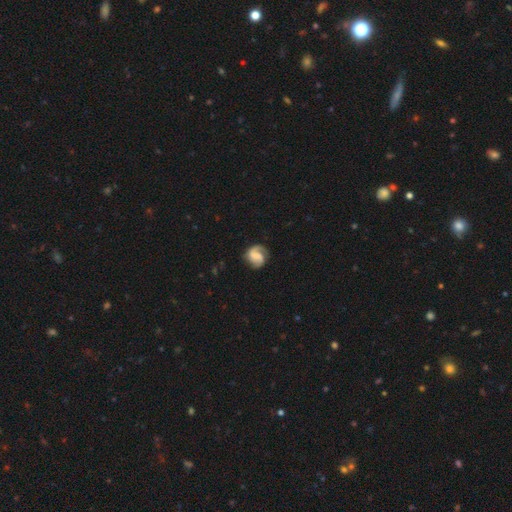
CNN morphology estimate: A featured or disk galaxy (73%) with a weak bar (44%), 2 (75%) medium (45%) spiral arms (95%) and no central bulge (46%).

Vote fractions:
- Smooth or featured? featured or disk: 73% / smooth: 21% / star or artifact: 6%
- Edge-on disk? no: 98% / yes: 2%
- Bar? weak: 44% / no: 38% / strong: 18%
- Spiral arms? yes: 95% / no: 5%
- Spiral winding? medium: 45% / loose: 30% / tight: 25%
- Spiral arm count? 2: 75% / 1: 17% / can't tell: 4% / 3: 2% / 4: 1% / more than 4: 1%
- Bulge size? none: 46% / small: 25% / moderate: 18% / large: 9% / dominant: 2%
- Merging? none: 74% / minor disturbance: 17% / major disturbance: 8% / merger: 2%